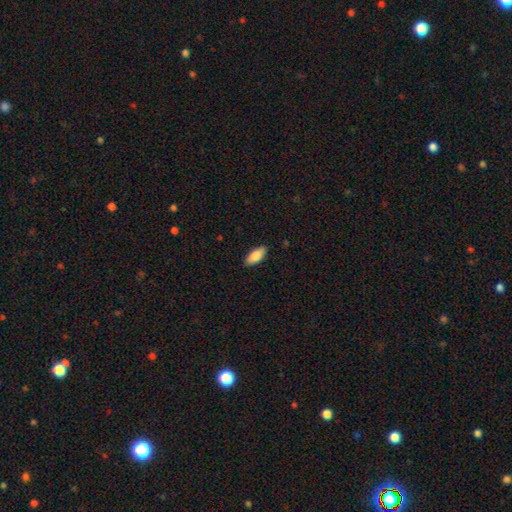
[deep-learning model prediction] Smooth or featured? Predicted: smooth (p=0.82). How rounded? Predicted: in between (p=0.86). Merging? Predicted: none (p=0.87).